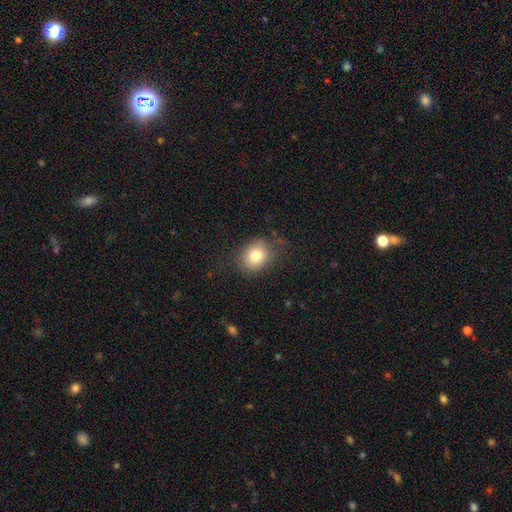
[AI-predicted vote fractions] A smooth galaxy with no disk features (79%) that is round (58%). Merging: none (74%).